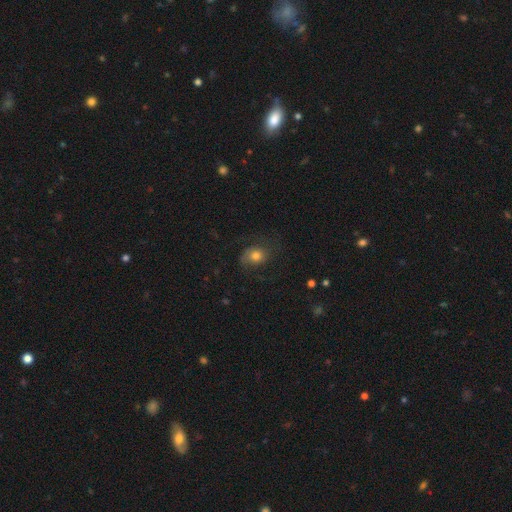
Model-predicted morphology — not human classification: smooth_or_featured: smooth (p=0.57) [alt: featured or disk p=0.31]
how_rounded: round (p=0.52) [alt: in between p=0.47]
merging: none (p=0.60) [alt: minor disturbance p=0.22]